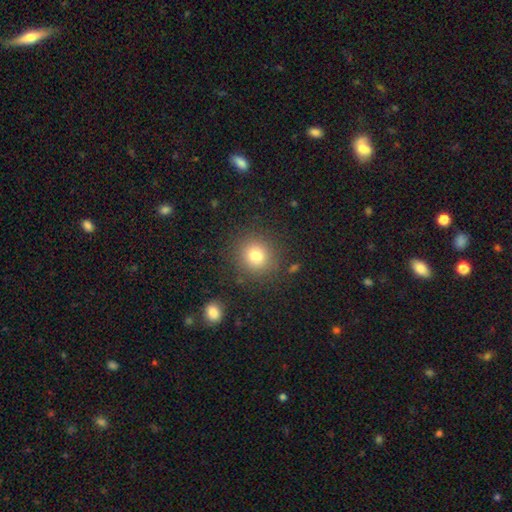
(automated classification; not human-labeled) Smooth or featured: smooth — 78% (star or artifact — 14%)
How rounded: round — 91% (in between — 8%)
Merging: none — 87% (minor disturbance — 7%)